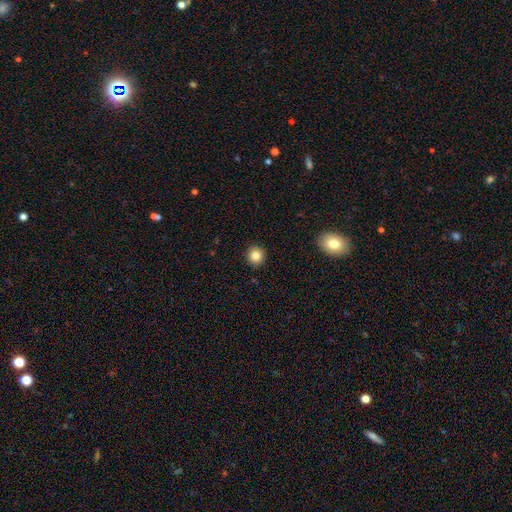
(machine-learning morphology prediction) A smooth galaxy with no disk features (84%) that is round (93%).

Vote fractions:
- Smooth or featured? smooth: 84% / star or artifact: 10% / featured or disk: 6%
- How rounded? round: 93% / in between: 6% / cigar-shaped: 1%
- Merging? none: 92% / minor disturbance: 5% / major disturbance: 2% / merger: 1%